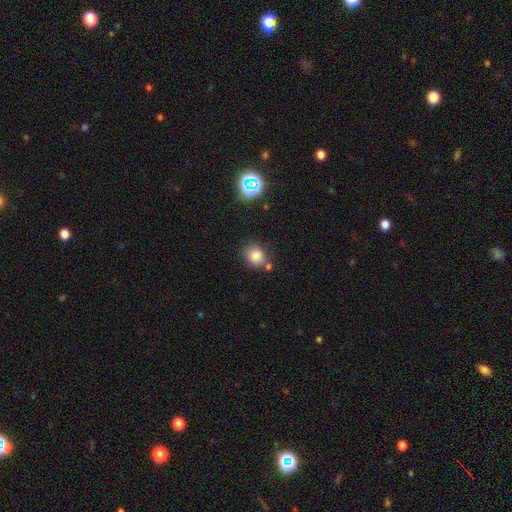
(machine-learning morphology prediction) Overall: smooth (80%). How rounded: round (69%; in between 30%). Merging: none (67%).